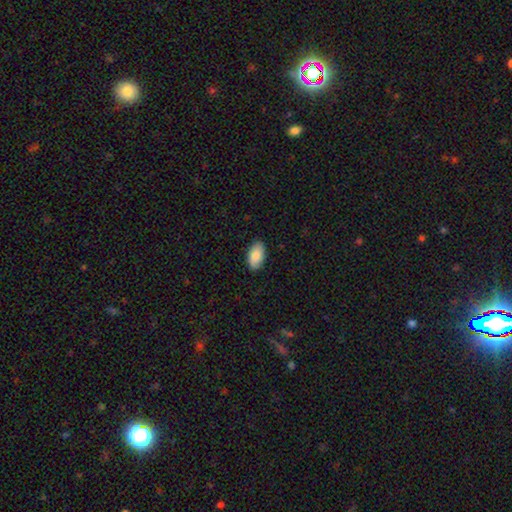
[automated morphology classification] smooth 88%, featured or disk 6%, star or artifact 6%. Down the decision tree: how rounded — in between (96%); merging — none (89%).